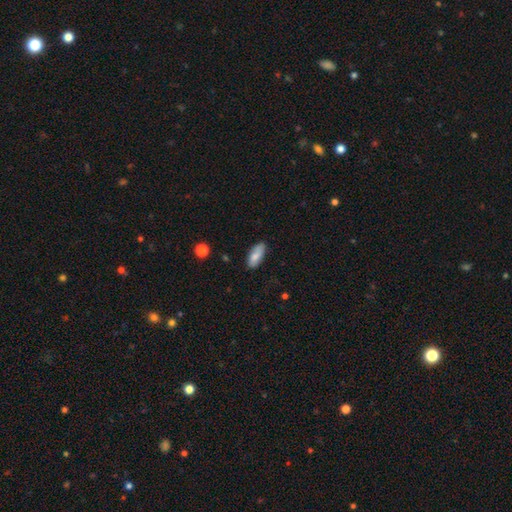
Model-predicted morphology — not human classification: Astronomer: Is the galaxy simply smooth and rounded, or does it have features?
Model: smooth — 81%.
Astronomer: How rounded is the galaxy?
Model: in between — 85%.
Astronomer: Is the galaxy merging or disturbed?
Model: none — 78%.